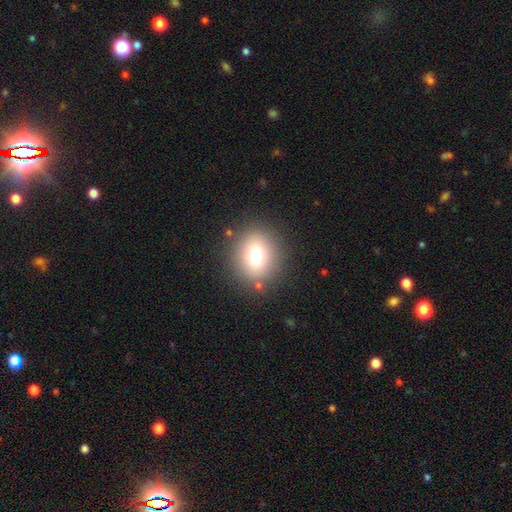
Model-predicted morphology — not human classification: A smooth galaxy with no disk features (71%) that is round (79%). Merging: none (84%).